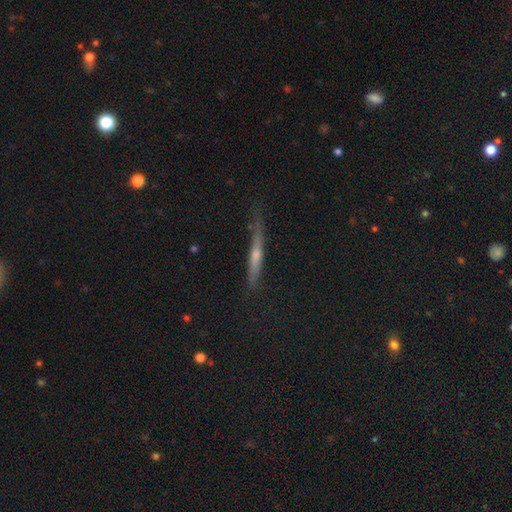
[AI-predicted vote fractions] Smooth or featured?
  - featured or disk: 52% *
  - smooth: 38%
  - star or artifact: 9%
Edge-on disk?
  - yes: 93% *
  - no: 7%
Merging?
  - none: 71% *
  - minor disturbance: 22%
  - major disturbance: 5%
  - merger: 2%